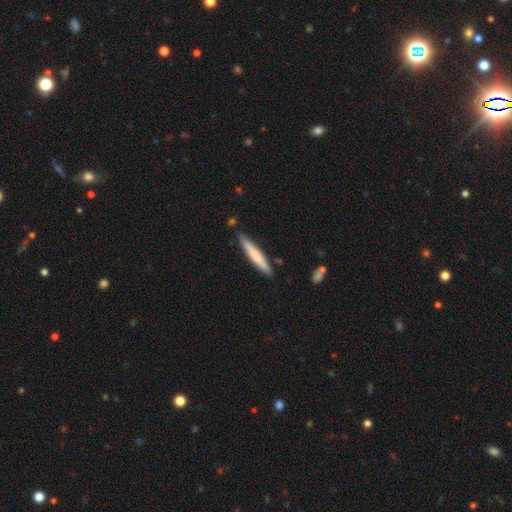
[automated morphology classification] Smooth or featured? Predicted: smooth (p=0.66). How rounded? Predicted: cigar-shaped (p=0.93). Merging? Predicted: none (p=0.85).